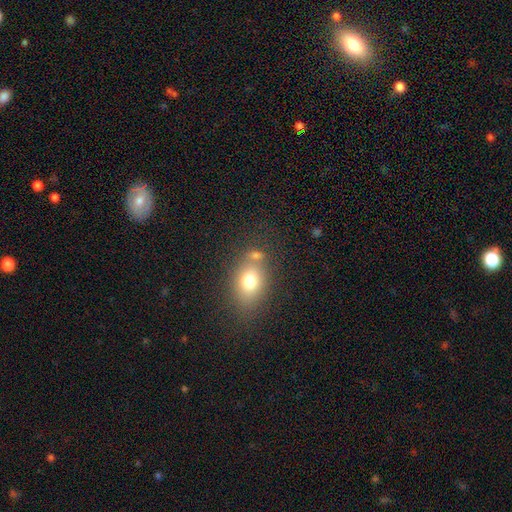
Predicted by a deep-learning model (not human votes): Smooth or featured? smooth (73%)
How rounded? in between (64%)
Merging? none (57%)